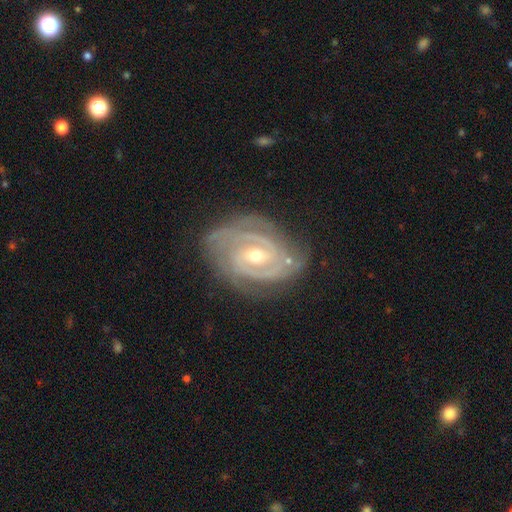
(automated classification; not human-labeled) Q: Smooth or featured?
A: featured or disk (90%); runner-up: star or artifact (5%)
Q: Edge-on disk?
A: no (97%); runner-up: yes (3%)
Q: Bar?
A: weak (47%); runner-up: no (33%)
Q: Spiral arms?
A: yes (97%); runner-up: no (3%)
Q: Spiral winding?
A: tight (71%); runner-up: medium (25%)
Q: Spiral arm count?
A: 2 (46%); runner-up: 3 (24%)
Q: Bulge size?
A: moderate (56%); runner-up: small (41%)
Q: Merging?
A: none (73%); runner-up: minor disturbance (19%)